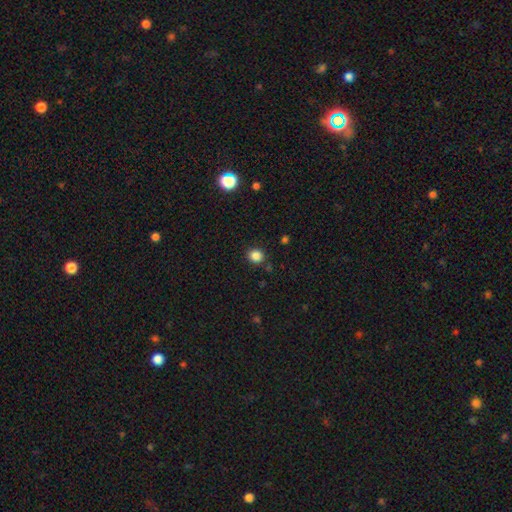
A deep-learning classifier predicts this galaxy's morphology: Smooth or featured: smooth — 85% (star or artifact — 12%)
How rounded: round — 84% (in between — 15%)
Merging: none — 87% (minor disturbance — 8%)